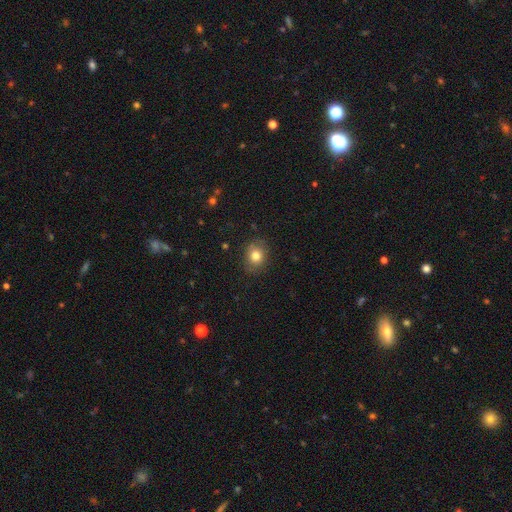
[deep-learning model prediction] smooth_or_featured: smooth (p=0.80) [alt: star or artifact p=0.10]
how_rounded: round (p=0.61) [alt: in between p=0.38]
merging: none (p=0.82) [alt: minor disturbance p=0.13]